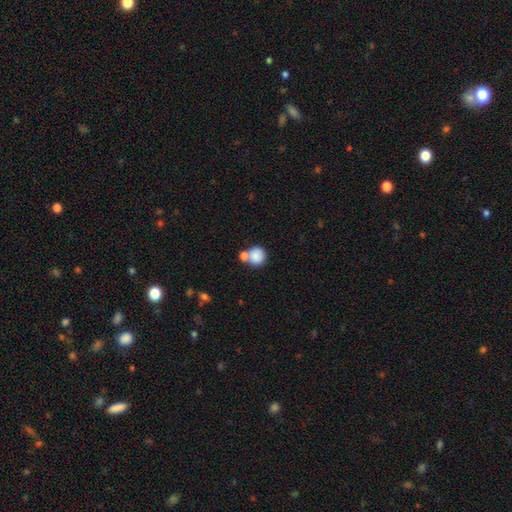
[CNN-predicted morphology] A smooth galaxy with no disk features (85%) that is round (89%).

Vote fractions:
- Smooth or featured? smooth: 85% / star or artifact: 8% / featured or disk: 7%
- How rounded? round: 89% / in between: 10% / cigar-shaped: 1%
- Merging? none: 53% / merger: 33% / minor disturbance: 10% / major disturbance: 4%